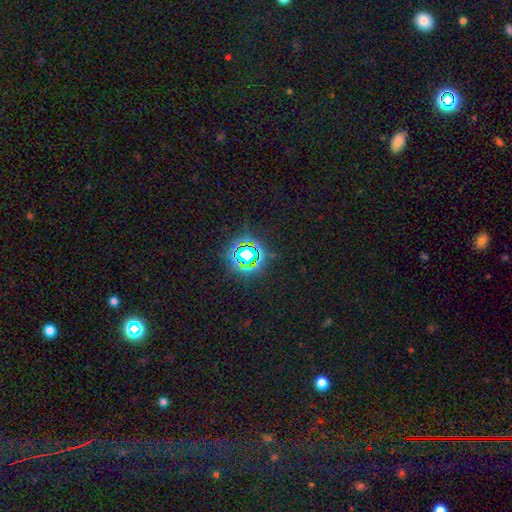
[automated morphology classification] A star or artifact, not a galaxy (77%).

Vote fractions:
- Smooth or featured? star or artifact: 77% / smooth: 15% / featured or disk: 8%